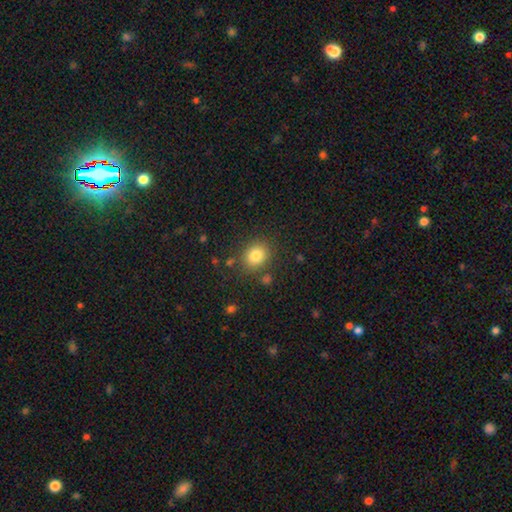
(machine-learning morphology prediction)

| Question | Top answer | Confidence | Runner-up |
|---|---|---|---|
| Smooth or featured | smooth | 81% | star or artifact (11%) |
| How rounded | round | 66% | in between (33%) |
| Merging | none | 81% | minor disturbance (11%) |